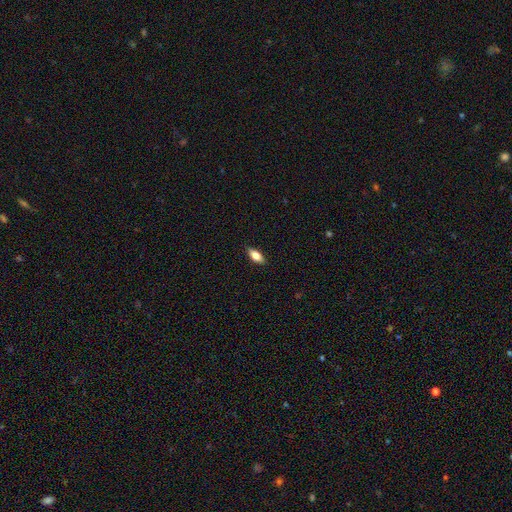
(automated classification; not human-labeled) Smooth or featured: smooth — 78% (featured or disk — 15%)
How rounded: in between — 82% (cigar-shaped — 15%)
Merging: none — 88% (minor disturbance — 9%)